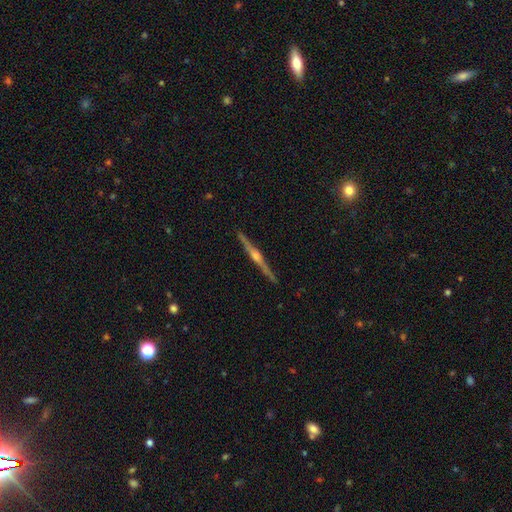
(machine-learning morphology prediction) A featured or disk galaxy (87%) viewed edge-on (99%) with a rounded central bulge (90%).

Vote fractions:
- Smooth or featured? featured or disk: 87% / smooth: 8% / star or artifact: 5%
- Edge-on disk? yes: 99% / no: 1%
- Edge-on bulge? rounded: 90% / boxy: 5% / none: 5%
- Merging? none: 92% / minor disturbance: 5% / major disturbance: 1% / merger: 1%